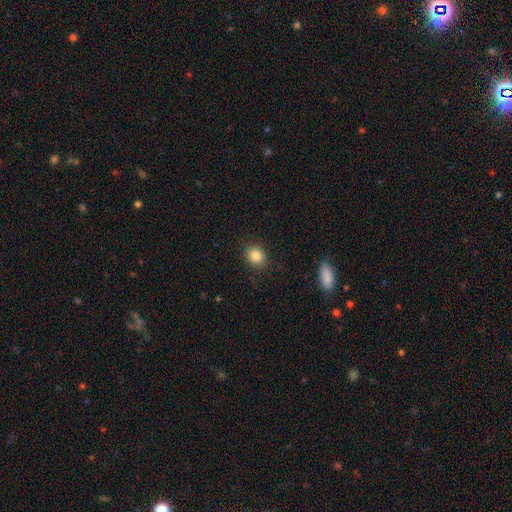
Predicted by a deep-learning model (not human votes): Smooth or featured? smooth (84%)
How rounded? round (66%)
Merging? none (88%)